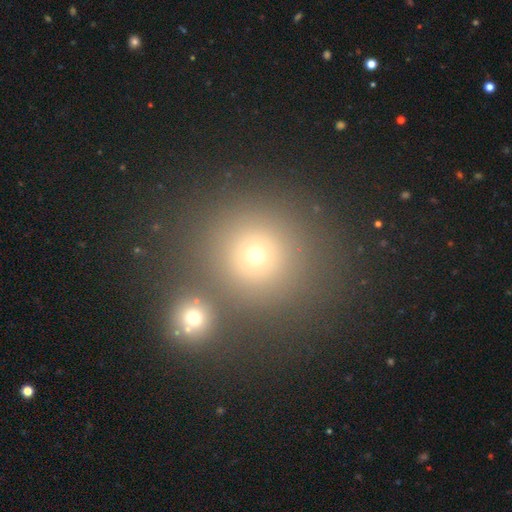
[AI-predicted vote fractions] Smooth or featured: smooth — 69% (star or artifact — 21%)
How rounded: round — 91% (in between — 8%)
Merging: none — 68% (merger — 20%)